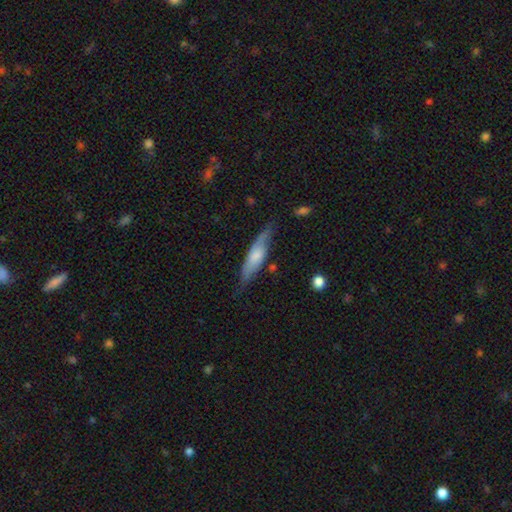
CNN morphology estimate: Smooth or featured: smooth — 53% (featured or disk — 42%)
How rounded: cigar-shaped — 66% (in between — 32%)
Merging: none — 69% (minor disturbance — 23%)